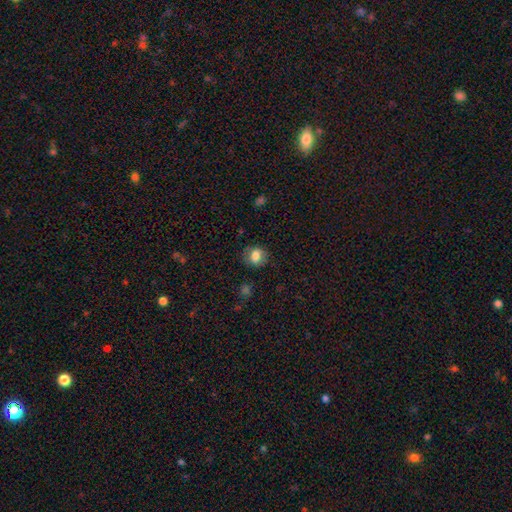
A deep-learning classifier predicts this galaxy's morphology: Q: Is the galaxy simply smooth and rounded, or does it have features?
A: smooth — 78%.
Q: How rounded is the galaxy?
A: round — 57%.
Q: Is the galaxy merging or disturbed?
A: none — 80%.